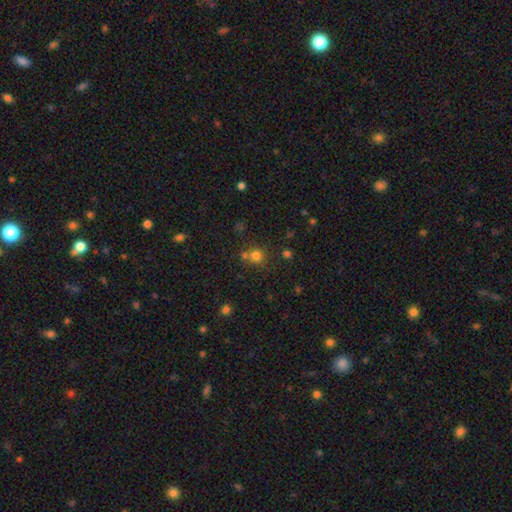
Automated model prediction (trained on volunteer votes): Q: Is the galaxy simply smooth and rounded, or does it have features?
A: smooth — 75%.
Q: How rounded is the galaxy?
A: round — 89%.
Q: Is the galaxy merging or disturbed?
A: none — 64%.